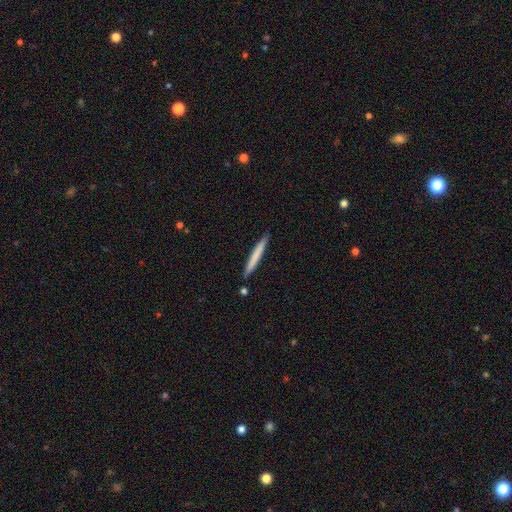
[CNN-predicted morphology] Q: Smooth or featured?
A: smooth (69%); runner-up: featured or disk (26%)
Q: How rounded?
A: cigar-shaped (97%); runner-up: in between (2%)
Q: Merging?
A: none (90%); runner-up: minor disturbance (6%)